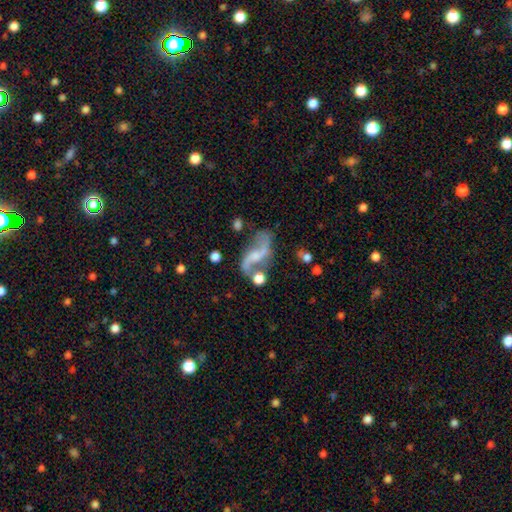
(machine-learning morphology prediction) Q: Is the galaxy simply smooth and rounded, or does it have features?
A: featured or disk — 86%.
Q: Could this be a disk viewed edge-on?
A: no — 96%.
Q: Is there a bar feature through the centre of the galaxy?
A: no — 42%.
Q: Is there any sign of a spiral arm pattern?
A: yes — 95%.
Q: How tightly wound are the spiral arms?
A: loose — 82%.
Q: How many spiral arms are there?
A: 2 — 93%.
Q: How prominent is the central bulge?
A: small — 43%.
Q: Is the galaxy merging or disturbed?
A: none — 62%.